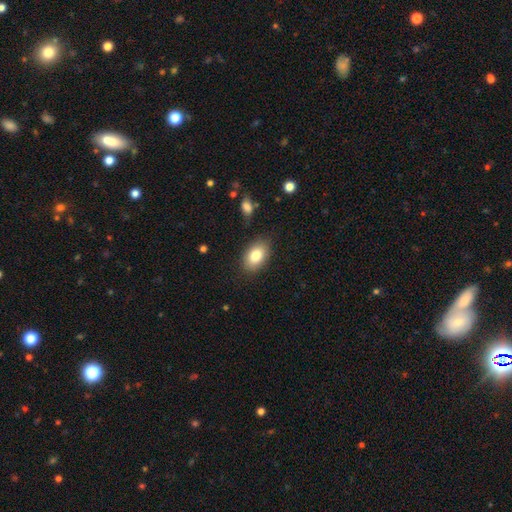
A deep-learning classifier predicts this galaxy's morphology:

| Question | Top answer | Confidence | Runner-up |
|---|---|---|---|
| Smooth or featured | smooth | 82% | featured or disk (10%) |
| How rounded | in between | 90% | round (9%) |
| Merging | none | 83% | minor disturbance (12%) |